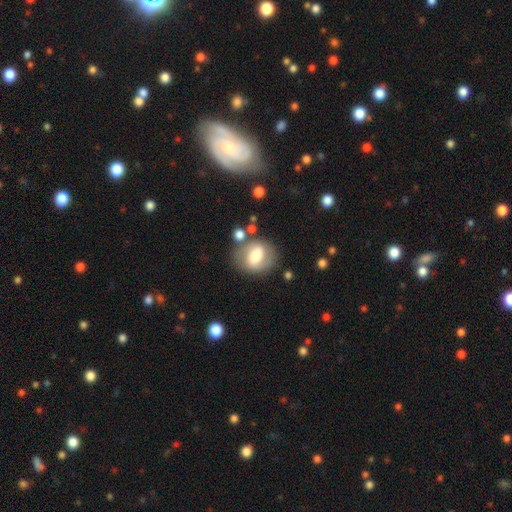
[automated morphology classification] A smooth galaxy with no disk features (47%). Merging: none (71%).